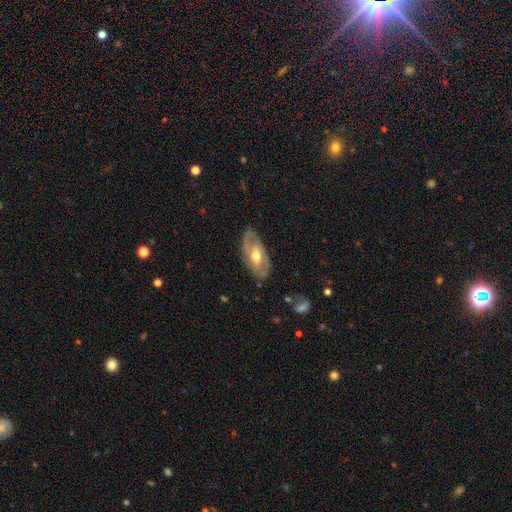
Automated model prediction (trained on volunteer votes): smooth-or-featured: featured or disk: 69% | smooth: 26% | star or artifact: 5%
  disk-edge-on: no: 87% | yes: 13%
    bar: no: 45% | weak: 39% | strong: 15%
    has-spiral-arms: yes: 68% | no: 32%
    bulge-size: moderate: 74% | small: 17% | large: 7% | none: 1% | dominant: 1%
  merging: none: 77% | minor disturbance: 17% | major disturbance: 5% | merger: 1%